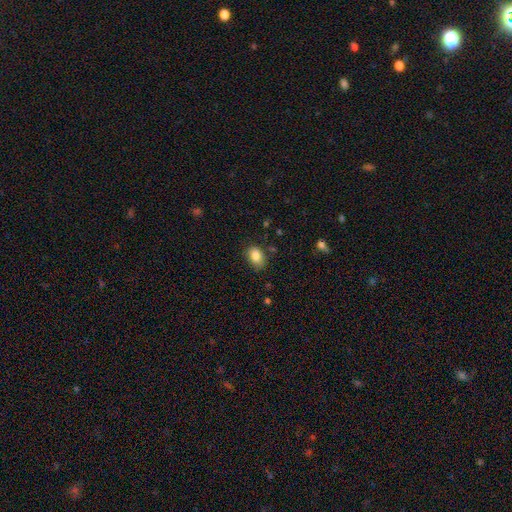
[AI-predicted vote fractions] Smooth or featured? Predicted: smooth (p=0.85). How rounded? Predicted: in between (p=0.78). Merging? Predicted: none (p=0.77).